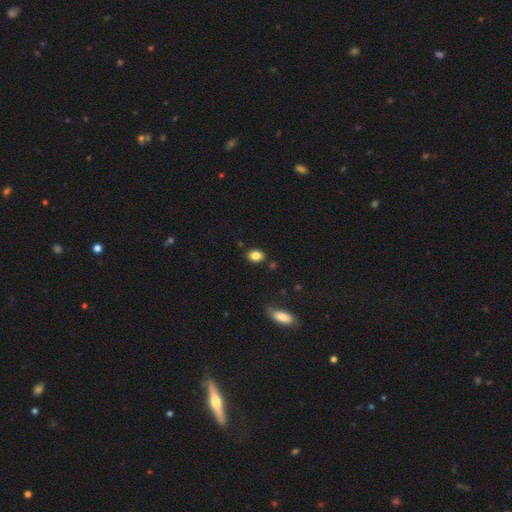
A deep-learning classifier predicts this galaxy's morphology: A smooth galaxy with no disk features (85%) that is in between round and cigar-shaped (73%).

Vote fractions:
- Smooth or featured? smooth: 85% / star or artifact: 10% / featured or disk: 5%
- How rounded? in between: 73% / round: 26% / cigar-shaped: 1%
- Merging? none: 84% / minor disturbance: 11% / merger: 3% / major disturbance: 3%